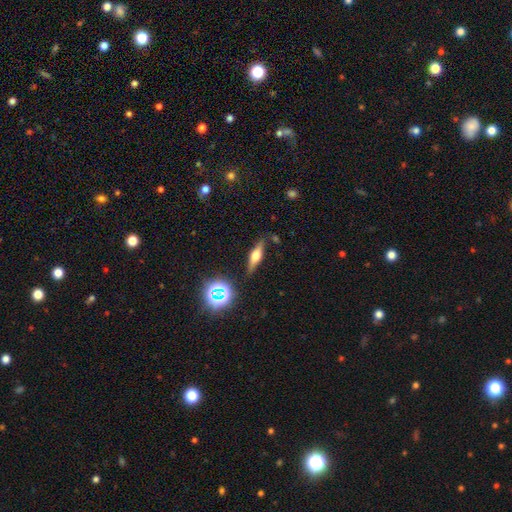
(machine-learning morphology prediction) Smooth or featured? featured or disk (54%)
Edge-on disk? yes (92%)
Edge-on bulge? rounded (91%)
Merging? none (84%)